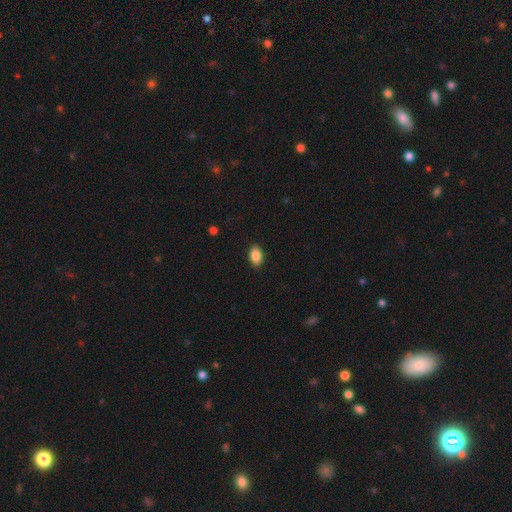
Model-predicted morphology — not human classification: A smooth galaxy with no disk features (88%) that is in between round and cigar-shaped (88%). Merging: none (89%).